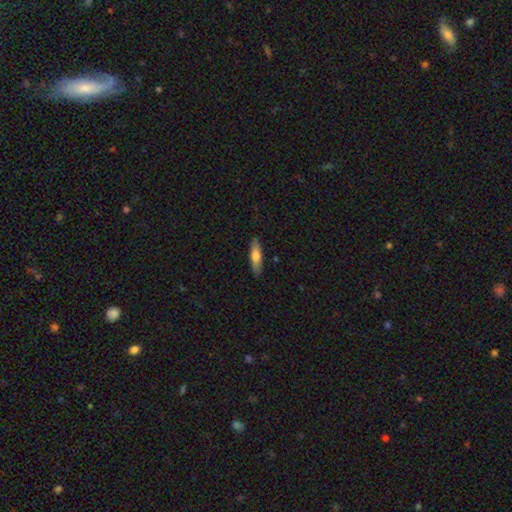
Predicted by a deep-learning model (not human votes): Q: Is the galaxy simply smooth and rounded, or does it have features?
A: smooth — 67%.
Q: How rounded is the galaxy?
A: cigar-shaped — 64%.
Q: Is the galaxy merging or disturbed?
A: none — 87%.